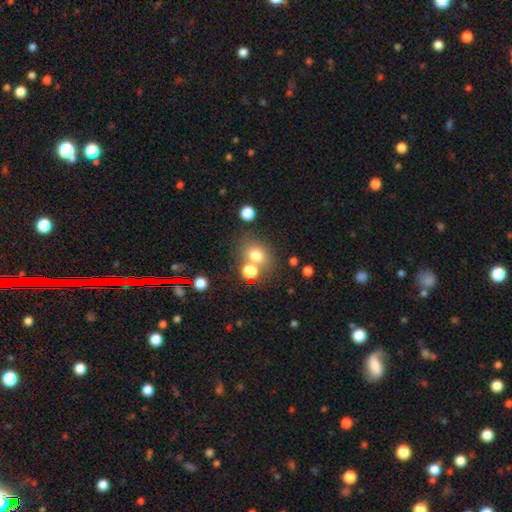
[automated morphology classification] Smooth or featured? smooth (74%)
How rounded? round (64%)
Merging? none (63%)